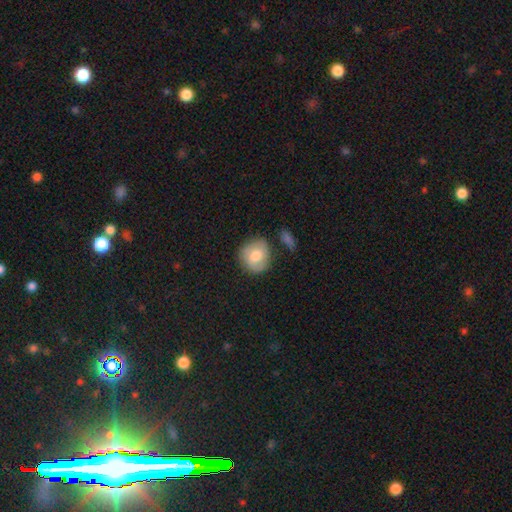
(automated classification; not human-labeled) The model was most divided on "smooth or featured": smooth: 68%, featured or disk: 25%, star or artifact: 7%. More confident: how rounded — round (79%); merging — none (69%).